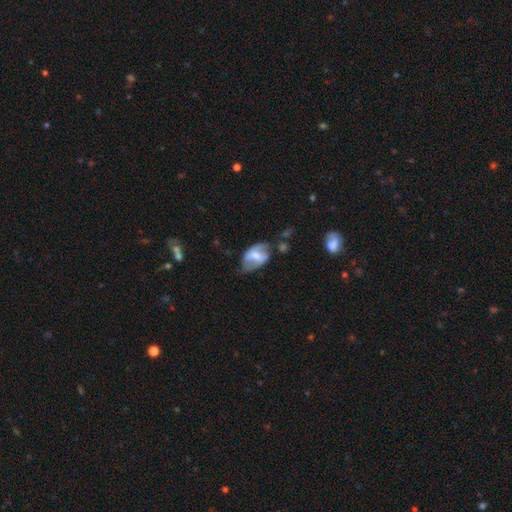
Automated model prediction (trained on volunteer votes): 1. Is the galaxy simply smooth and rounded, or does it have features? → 58% featured or disk, 36% smooth, 7% star or artifact.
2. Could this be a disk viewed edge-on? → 92% no, 8% yes.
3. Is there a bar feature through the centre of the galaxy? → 44% strong, 36% weak, 20% no.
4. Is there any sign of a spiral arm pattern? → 57% yes, 43% no.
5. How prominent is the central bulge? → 49% moderate, 30% small, 11% large, 8% none, 2% dominant.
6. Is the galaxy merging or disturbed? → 54% none, 28% minor disturbance, 13% major disturbance, 5% merger.